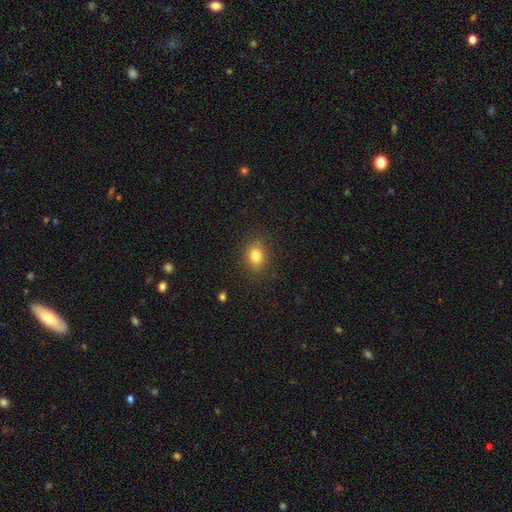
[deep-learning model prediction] Smooth or featured?
  - smooth: 81% *
  - star or artifact: 11%
  - featured or disk: 7%
How rounded?
  - in between: 62% *
  - round: 37%
  - cigar-shaped: 1%
Merging?
  - none: 86% *
  - minor disturbance: 10%
  - major disturbance: 3%
  - merger: 1%